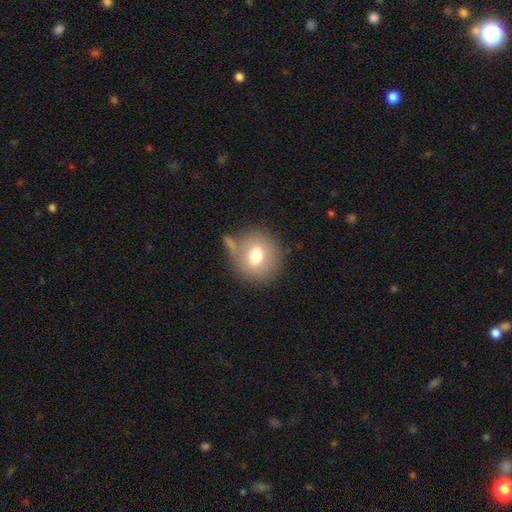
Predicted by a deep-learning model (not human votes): Smooth or featured?
  - smooth: 71% *
  - featured or disk: 19%
  - star or artifact: 10%
How rounded?
  - round: 85% *
  - in between: 14%
  - cigar-shaped: 1%
Merging?
  - none: 70% *
  - minor disturbance: 13%
  - merger: 10%
  - major disturbance: 6%